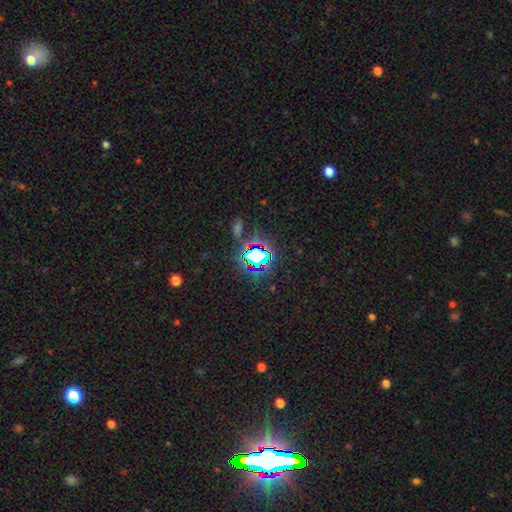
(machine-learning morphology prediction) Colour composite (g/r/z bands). It shows a star or artifact, not a galaxy (71%).